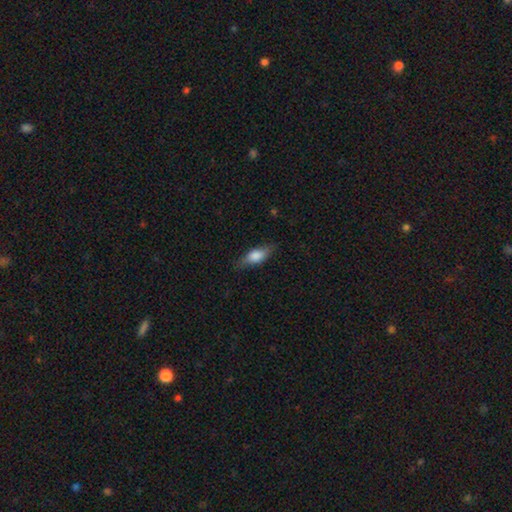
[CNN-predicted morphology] type=smooth (73%); roundness=in between (72%); merging=none (78%).